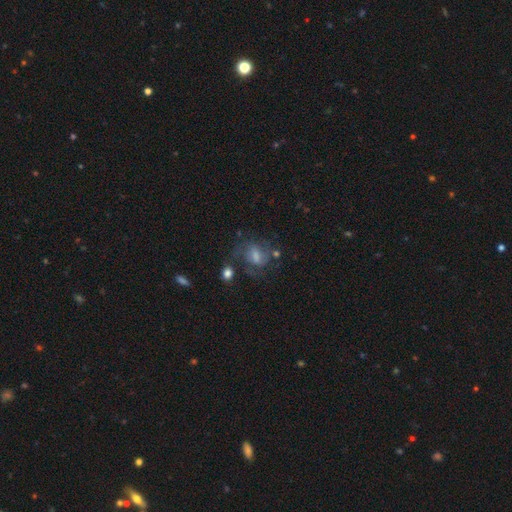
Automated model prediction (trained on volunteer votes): A featured or disk galaxy (52%) with a weak bar (49%), spiral arms (78%) and a moderate central bulge (37%).

Vote fractions:
- Smooth or featured? featured or disk: 52% / smooth: 36% / star or artifact: 12%
- Edge-on disk? no: 96% / yes: 4%
- Bar? weak: 49% / no: 35% / strong: 16%
- Spiral arms? yes: 78% / no: 22%
- Bulge size? moderate: 37% / small: 27% / none: 18% / large: 15% / dominant: 2%
- Merging? none: 49% / major disturbance: 22% / minor disturbance: 22% / merger: 7%